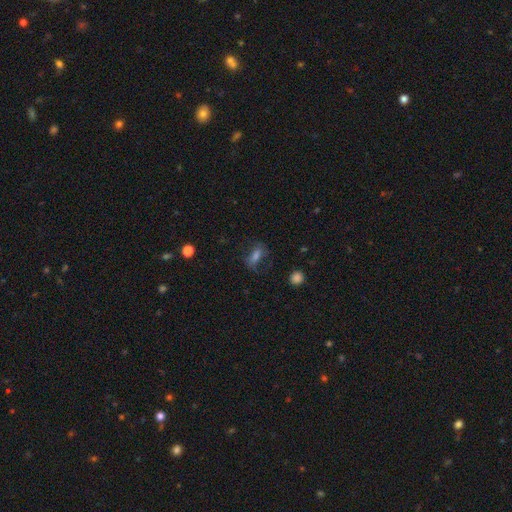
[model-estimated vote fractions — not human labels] This is possibly a smooth galaxy (52%). How rounded: likely in between (70%). Merging: likely none (63%).